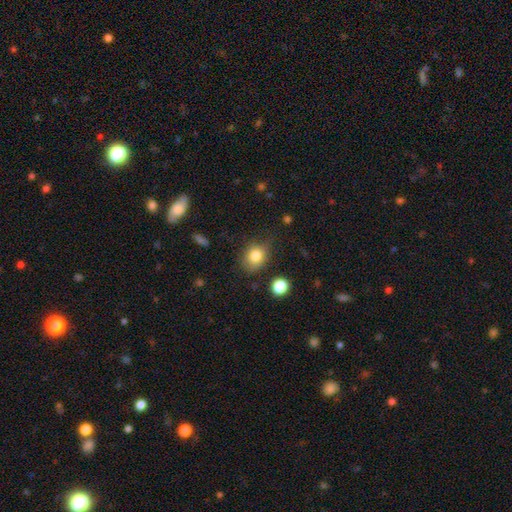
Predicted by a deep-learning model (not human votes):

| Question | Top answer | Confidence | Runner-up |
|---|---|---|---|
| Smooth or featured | smooth | 81% | star or artifact (11%) |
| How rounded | round | 50% | in between (49%) |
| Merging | none | 69% | minor disturbance (22%) |